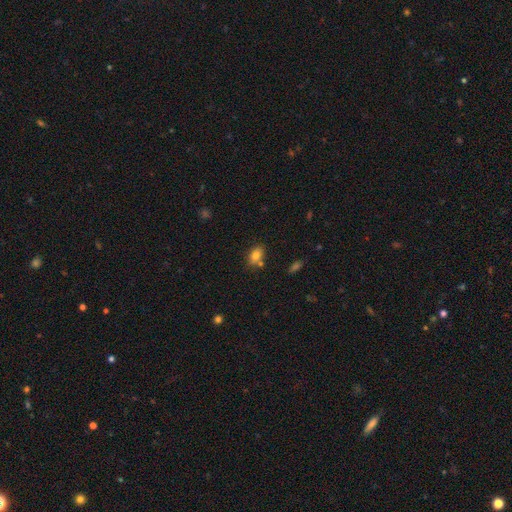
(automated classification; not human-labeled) smooth_or_featured: smooth (p=0.79) [alt: featured or disk p=0.11]
how_rounded: in between (p=0.83) [alt: round p=0.15]
merging: none (p=0.69) [alt: minor disturbance p=0.14]